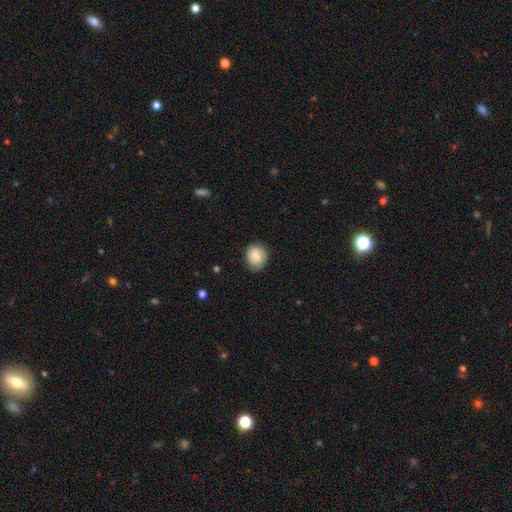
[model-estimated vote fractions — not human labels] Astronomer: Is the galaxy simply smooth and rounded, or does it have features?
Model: smooth — 72%.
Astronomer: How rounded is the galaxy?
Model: round — 72%.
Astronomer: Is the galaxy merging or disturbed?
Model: none — 75%.